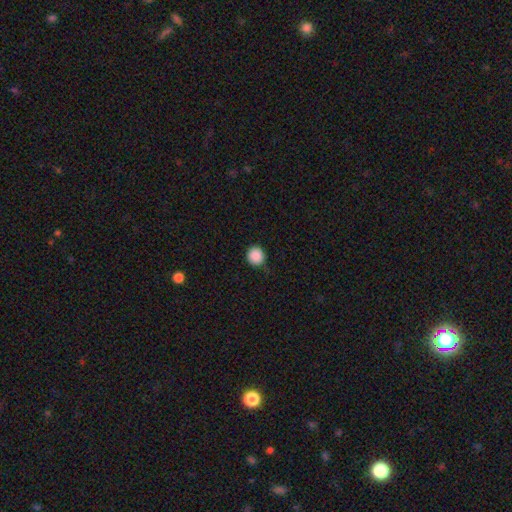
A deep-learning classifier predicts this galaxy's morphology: Smooth or featured?
  - smooth: 89% *
  - star or artifact: 9%
  - featured or disk: 2%
How rounded?
  - round: 92% *
  - in between: 7%
  - cigar-shaped: 1%
Merging?
  - none: 82% *
  - minor disturbance: 14%
  - major disturbance: 3%
  - merger: 1%